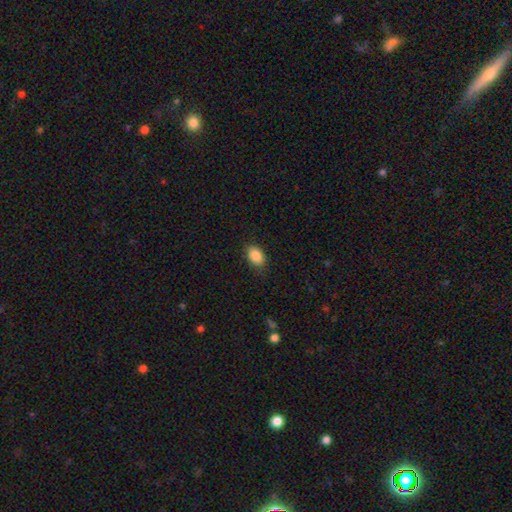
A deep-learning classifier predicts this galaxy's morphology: smooth-or-featured: smooth: 88% | star or artifact: 8% | featured or disk: 4%
  how-rounded: in between: 86% | round: 13% | cigar-shaped: 1%
  merging: none: 83% | minor disturbance: 13% | major disturbance: 3% | merger: 1%